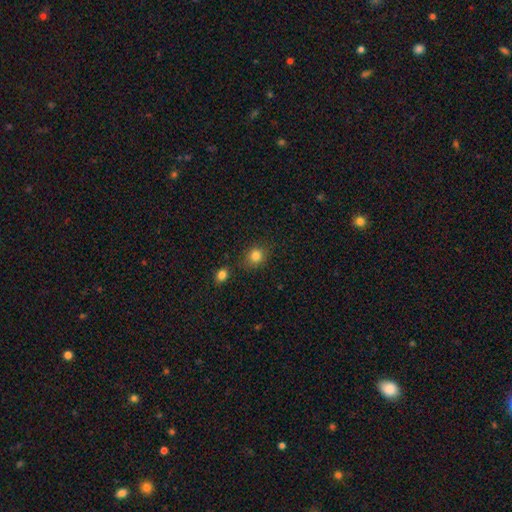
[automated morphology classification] Smooth or featured? smooth (83%)
How rounded? round (76%)
Merging? none (79%)